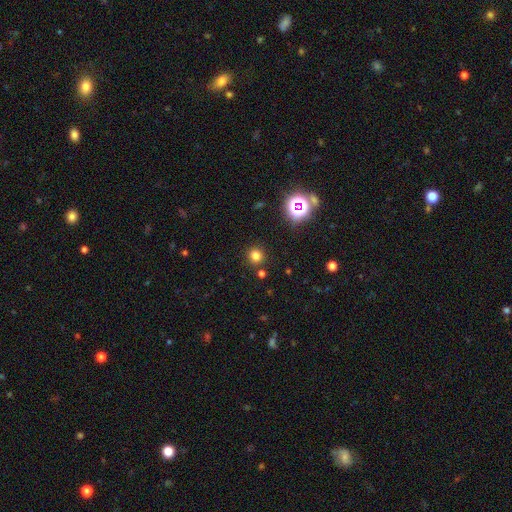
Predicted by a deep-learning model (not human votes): This appears to be a smooth galaxy with no disk features (75%) that is round (93%). Merging: none (87%).